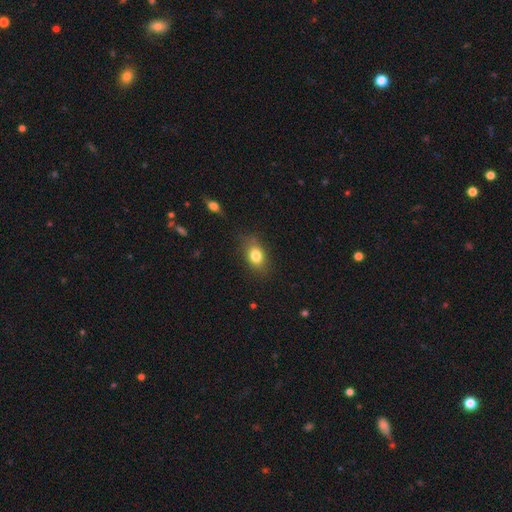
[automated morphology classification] This appears to be a smooth galaxy with no disk features (80%) that is in between round and cigar-shaped (72%). Merging: none (76%).